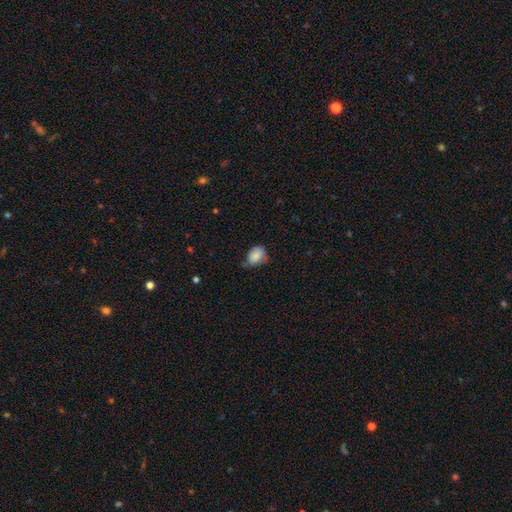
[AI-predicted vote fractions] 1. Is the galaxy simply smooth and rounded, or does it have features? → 83% smooth, 9% featured or disk, 8% star or artifact.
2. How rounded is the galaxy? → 62% in between, 37% round, 1% cigar-shaped.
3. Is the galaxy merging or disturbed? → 47% none, 41% minor disturbance, 10% major disturbance, 2% merger.